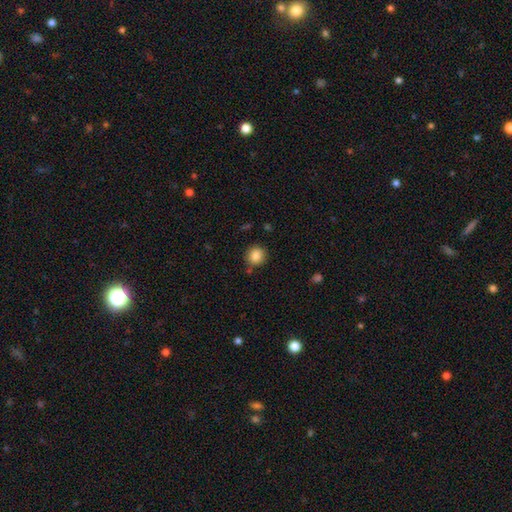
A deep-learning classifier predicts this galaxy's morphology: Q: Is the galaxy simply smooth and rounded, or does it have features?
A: smooth — 86%.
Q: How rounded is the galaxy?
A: round — 89%.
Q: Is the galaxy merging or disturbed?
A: none — 85%.